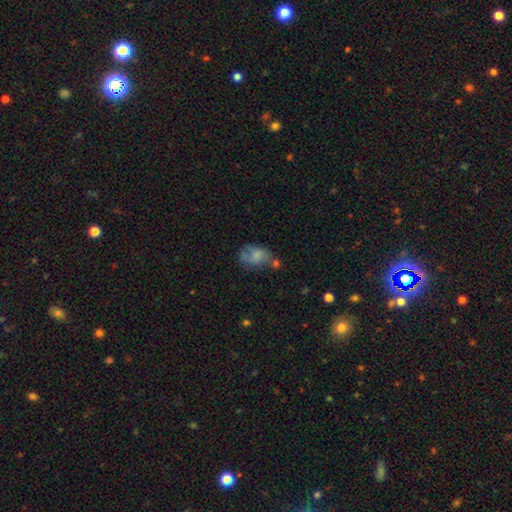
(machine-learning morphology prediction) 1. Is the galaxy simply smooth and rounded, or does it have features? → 64% smooth, 26% featured or disk, 10% star or artifact.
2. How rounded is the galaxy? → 80% in between, 19% round, 2% cigar-shaped.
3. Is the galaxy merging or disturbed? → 35% none, 27% minor disturbance, 20% merger, 18% major disturbance.